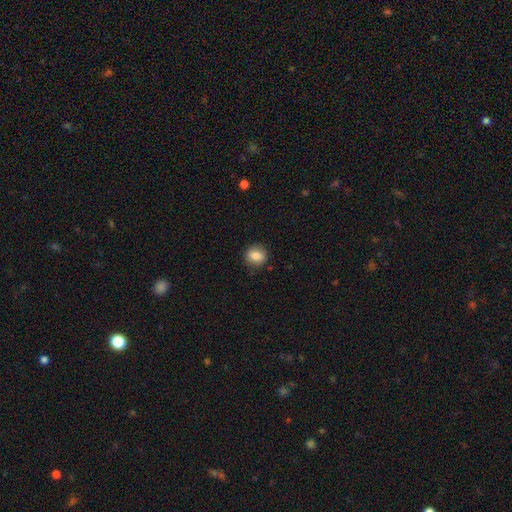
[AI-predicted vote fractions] smooth-or-featured: smooth: 84% | star or artifact: 9% | featured or disk: 7%
  how-rounded: round: 76% | in between: 23% | cigar-shaped: 1%
  merging: none: 87% | minor disturbance: 10% | major disturbance: 3% | merger: 1%